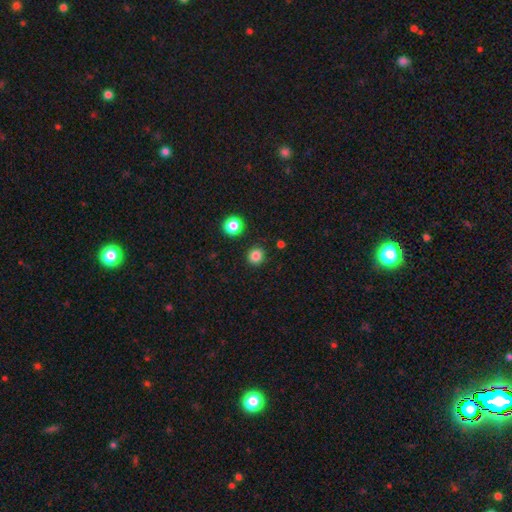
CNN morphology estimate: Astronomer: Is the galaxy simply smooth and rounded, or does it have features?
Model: smooth — 83%.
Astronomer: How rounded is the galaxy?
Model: round — 92%.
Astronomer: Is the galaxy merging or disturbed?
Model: none — 90%.